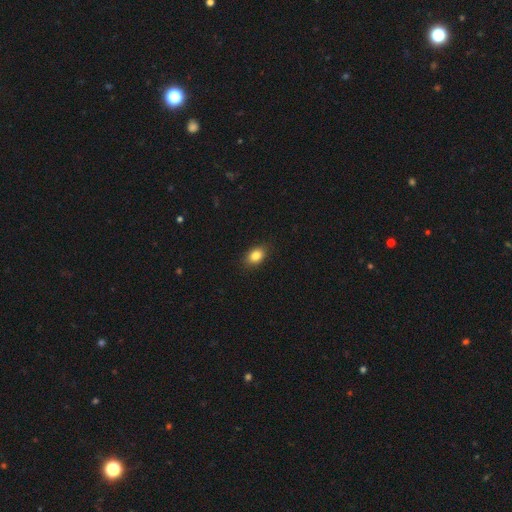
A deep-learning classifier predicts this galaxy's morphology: Smooth or featured?
  - smooth: 84% *
  - star or artifact: 9%
  - featured or disk: 7%
How rounded?
  - in between: 78% *
  - round: 20%
  - cigar-shaped: 2%
Merging?
  - none: 87% *
  - minor disturbance: 10%
  - major disturbance: 2%
  - merger: 1%